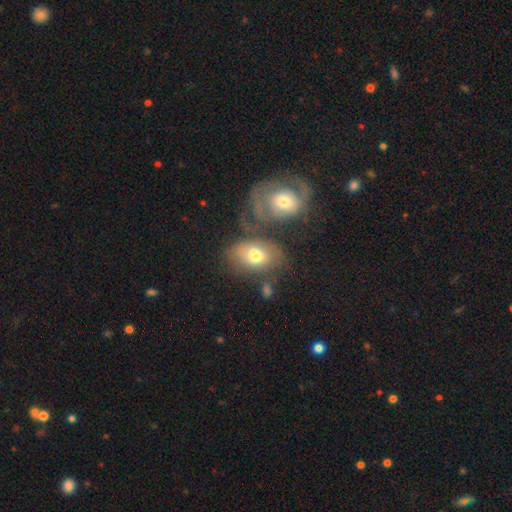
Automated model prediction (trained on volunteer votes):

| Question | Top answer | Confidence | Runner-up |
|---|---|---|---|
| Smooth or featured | smooth | 63% | featured or disk (29%) |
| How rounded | in between | 84% | round (15%) |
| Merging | none | 39% | merger (34%) |